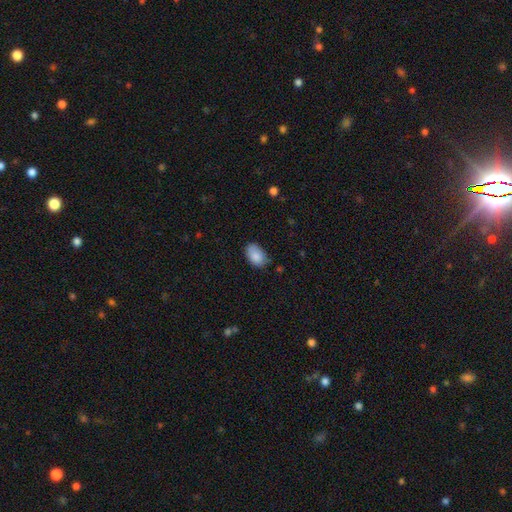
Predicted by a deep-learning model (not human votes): The model was most divided on "merging": none: 66%, minor disturbance: 28%, major disturbance: 5%, merger: 2%. More confident: how rounded — in between (90%); smooth or featured — smooth (87%).